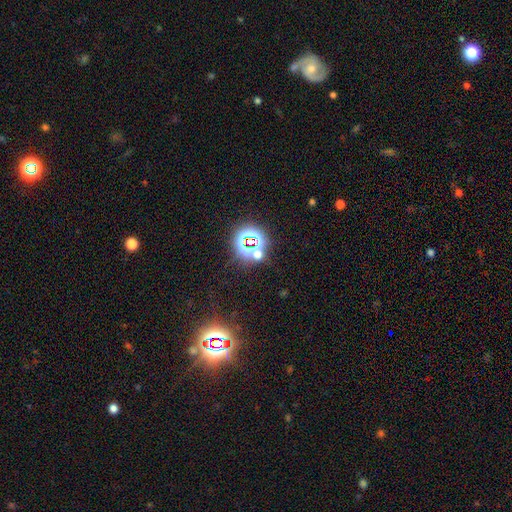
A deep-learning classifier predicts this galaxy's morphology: Smooth or featured? Predicted: star or artifact (p=0.65).